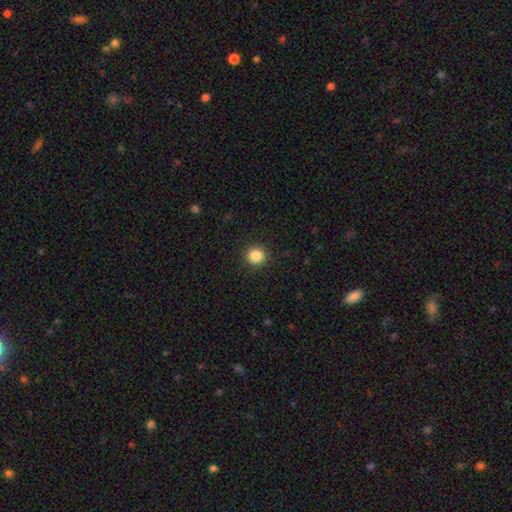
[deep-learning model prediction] This appears to be a smooth galaxy with no disk features (85%) that is round (93%). Merging: none (92%).